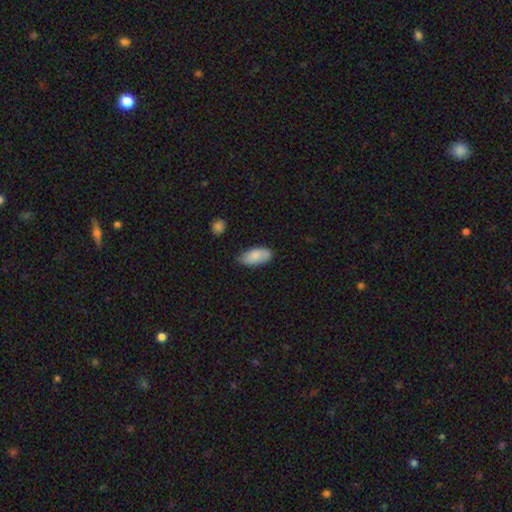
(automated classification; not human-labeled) Overall: smooth (81%). How rounded: in between (91%). Merging: none (72%).